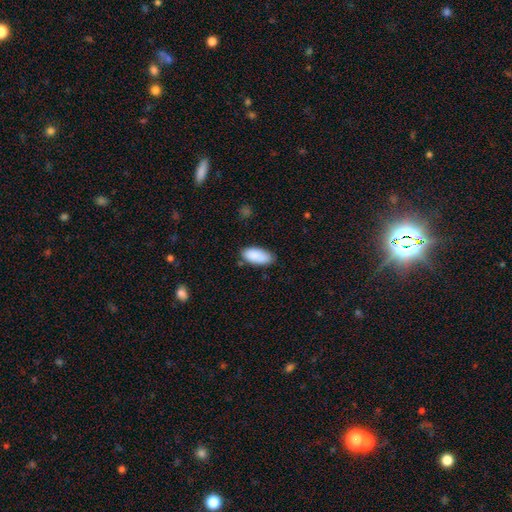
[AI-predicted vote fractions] The model was most divided on "merging": none: 78%, minor disturbance: 17%, major disturbance: 3%, merger: 2%. More confident: how rounded — in between (91%); smooth or featured — smooth (89%).